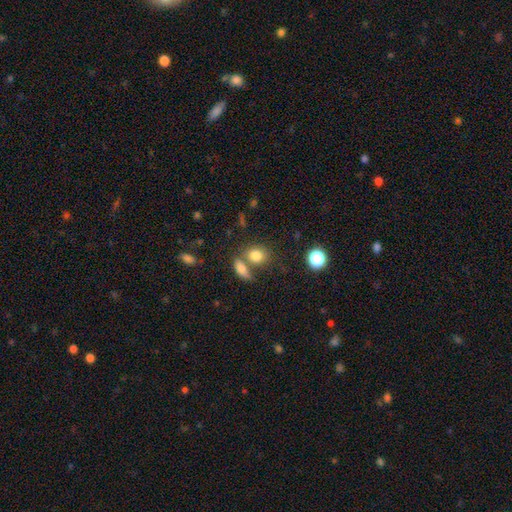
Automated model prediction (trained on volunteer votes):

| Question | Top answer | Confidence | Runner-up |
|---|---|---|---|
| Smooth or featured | smooth | 81% | star or artifact (11%) |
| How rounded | in between | 52% | round (46%) |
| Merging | none | 50% | merger (34%) |